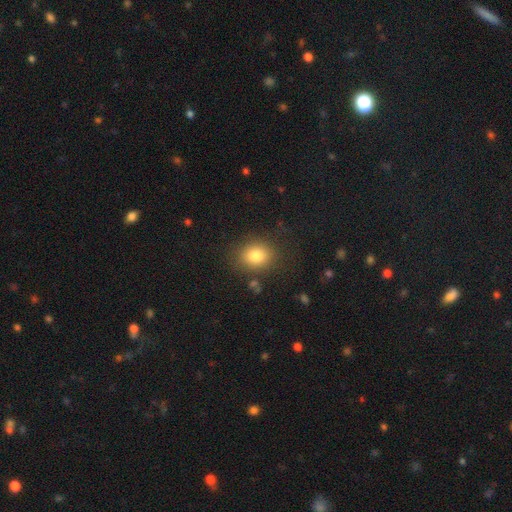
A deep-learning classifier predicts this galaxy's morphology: This is clearly a smooth galaxy (81%). How rounded: possibly round (55%). Merging: clearly none (82%).